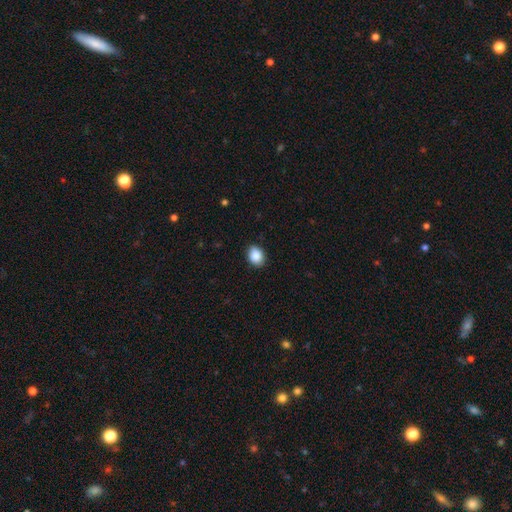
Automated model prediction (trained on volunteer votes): Smooth or featured: smooth — 88% (star or artifact — 8%)
How rounded: in between — 68% (round — 31%)
Merging: none — 88% (minor disturbance — 10%)